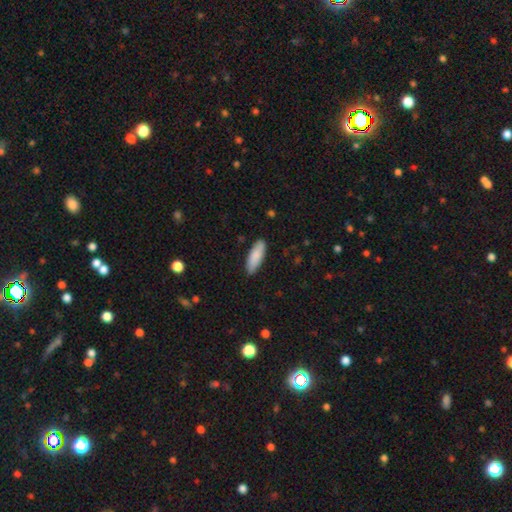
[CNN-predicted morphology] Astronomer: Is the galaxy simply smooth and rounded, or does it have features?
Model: smooth — 87%.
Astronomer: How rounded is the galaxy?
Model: in between — 64%.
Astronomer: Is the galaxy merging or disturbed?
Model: none — 87%.